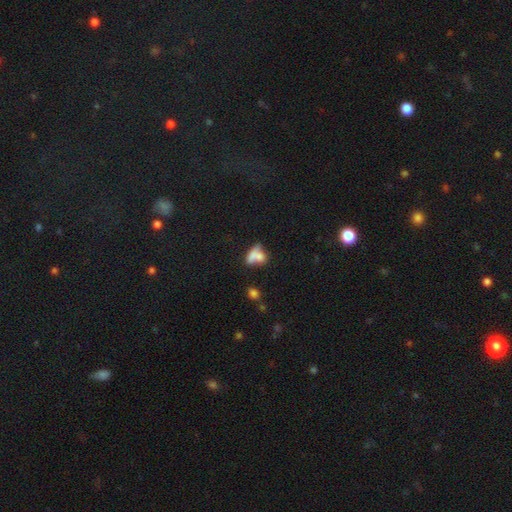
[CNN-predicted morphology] Overall: smooth (66%). How rounded: in between (68%). Merging: merger (49%; none 26%).